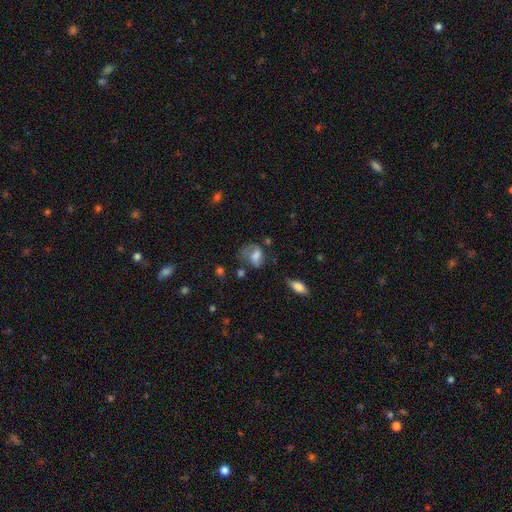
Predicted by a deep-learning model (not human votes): Smooth or featured?
  - smooth: 58% *
  - featured or disk: 32%
  - star or artifact: 10%
How rounded?
  - in between: 73% *
  - round: 25%
  - cigar-shaped: 2%
Merging?
  - major disturbance: 34% *
  - none: 33%
  - minor disturbance: 28%
  - merger: 6%